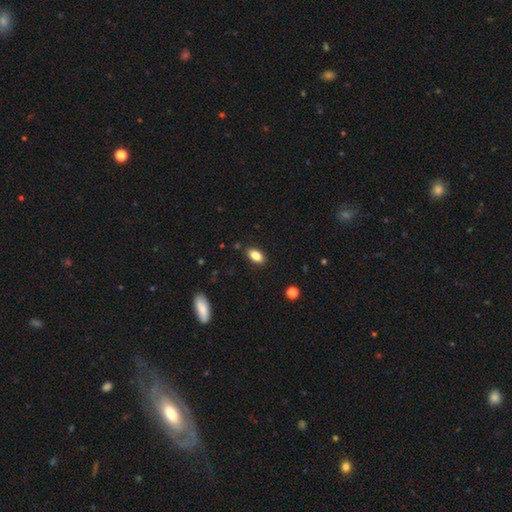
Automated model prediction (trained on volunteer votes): Overall: smooth (83%). How rounded: in between (89%). Merging: none (87%).